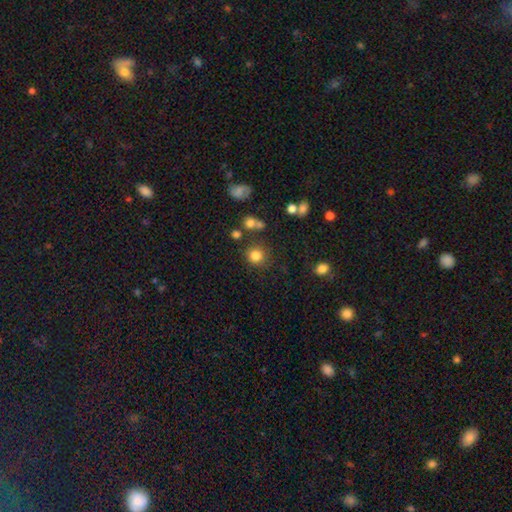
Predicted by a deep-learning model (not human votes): Smooth or featured?
  - smooth: 81% *
  - star or artifact: 13%
  - featured or disk: 6%
How rounded?
  - round: 90% *
  - in between: 9%
  - cigar-shaped: 1%
Merging?
  - none: 79% *
  - minor disturbance: 10%
  - merger: 6%
  - major disturbance: 4%